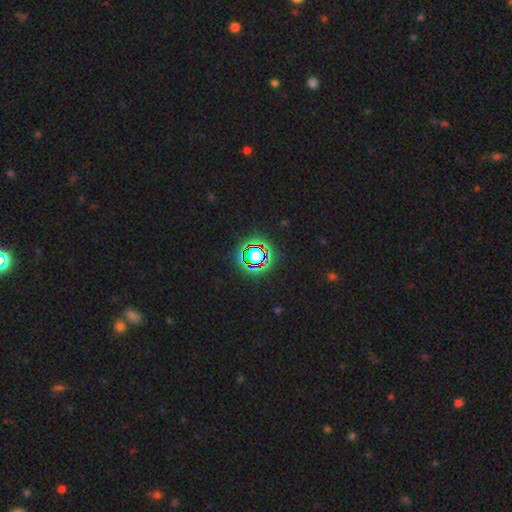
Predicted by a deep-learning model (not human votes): Smooth or featured: star or artifact — 68% (smooth — 21%)